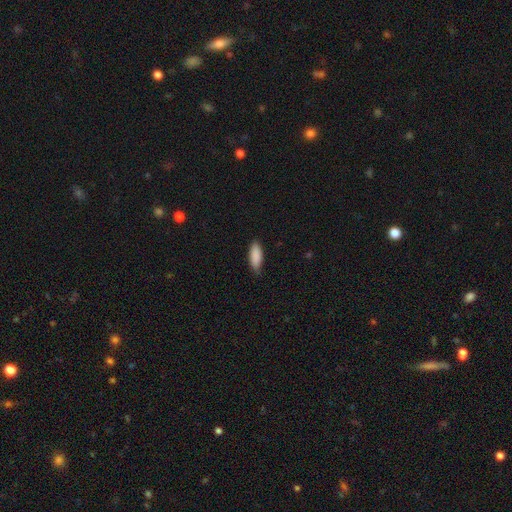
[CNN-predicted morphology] Q: Smooth or featured?
A: smooth (90%); runner-up: star or artifact (6%)
Q: How rounded?
A: in between (70%); runner-up: cigar-shaped (28%)
Q: Merging?
A: none (81%); runner-up: minor disturbance (16%)